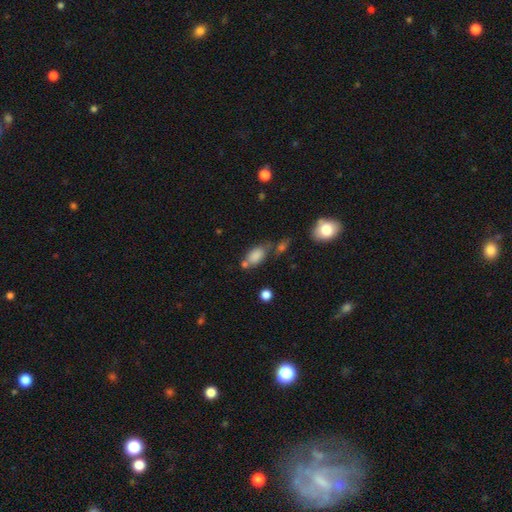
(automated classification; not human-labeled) A smooth galaxy with no disk features (83%) that is in between round and cigar-shaped (89%).

Vote fractions:
- Smooth or featured? smooth: 83% / star or artifact: 10% / featured or disk: 8%
- How rounded? in between: 89% / round: 8% / cigar-shaped: 4%
- Merging? none: 51% / merger: 24% / minor disturbance: 18% / major disturbance: 7%